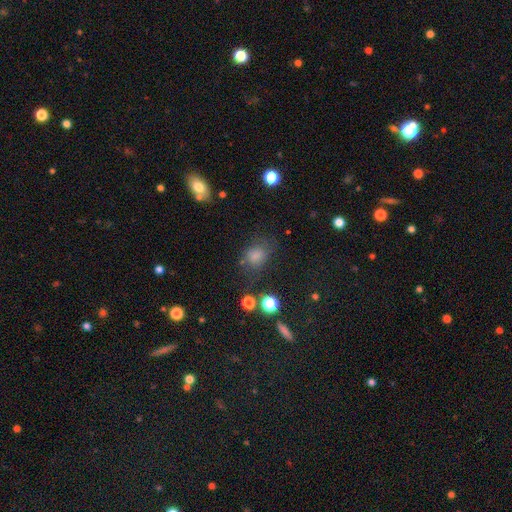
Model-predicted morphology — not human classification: Smooth or featured: smooth — 70% (star or artifact — 20%)
How rounded: in between — 54% (round — 44%)
Merging: none — 63% (minor disturbance — 21%)